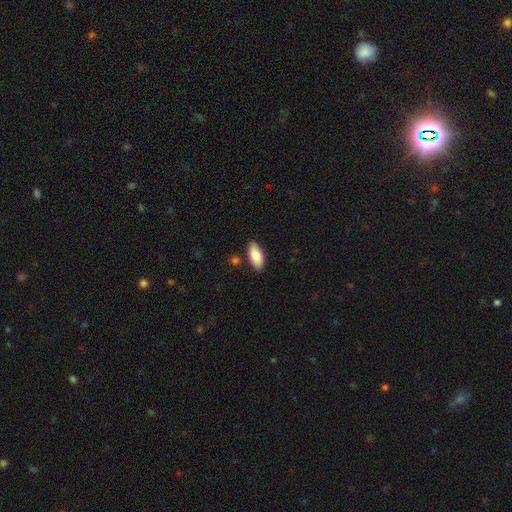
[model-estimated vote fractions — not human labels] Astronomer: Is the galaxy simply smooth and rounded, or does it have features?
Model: smooth — 85%.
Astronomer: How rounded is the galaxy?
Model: in between — 89%.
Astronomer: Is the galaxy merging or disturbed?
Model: none — 85%.